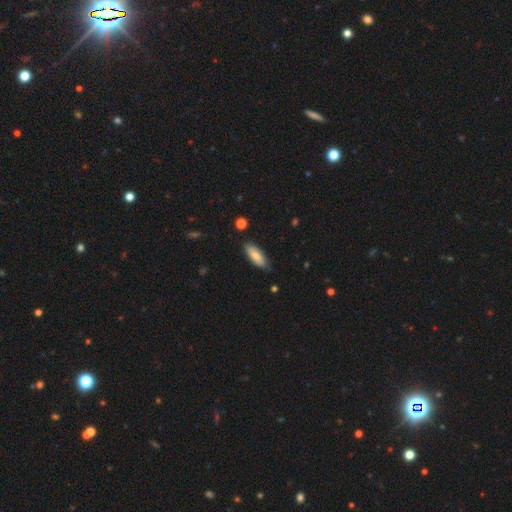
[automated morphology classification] The model was most divided on "how rounded": in between: 73%, cigar-shaped: 25%, round: 2%. More confident: merging — none (82%); smooth or featured — smooth (74%).